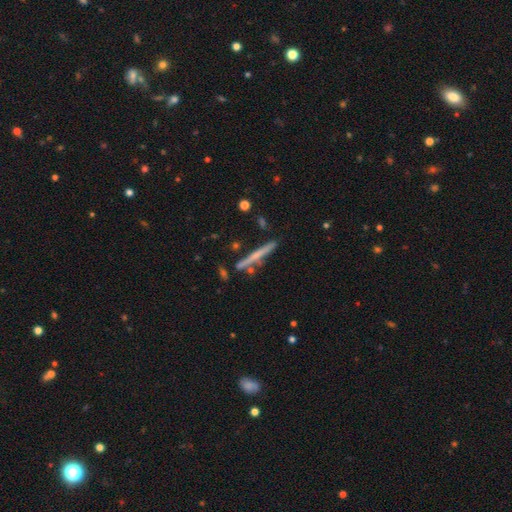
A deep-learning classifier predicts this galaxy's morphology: smooth_or_featured: featured or disk (p=0.57) [alt: smooth p=0.37]
disk_edge_on: yes (p=0.97) [alt: no p=0.03]
edge_on_bulge: none (p=0.58) [alt: rounded p=0.35]
merging: none (p=0.83) [alt: minor disturbance p=0.10]